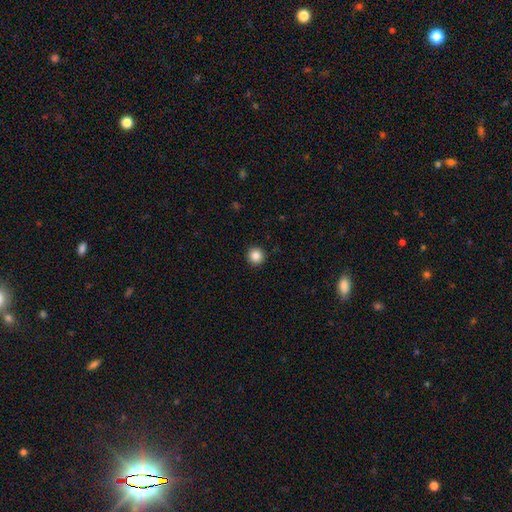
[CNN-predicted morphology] A smooth galaxy with no disk features (86%) that is round (95%).

Vote fractions:
- Smooth or featured? smooth: 86% / star or artifact: 10% / featured or disk: 4%
- How rounded? round: 95% / in between: 4% / cigar-shaped: 1%
- Merging? none: 93% / minor disturbance: 4% / major disturbance: 2% / merger: 1%